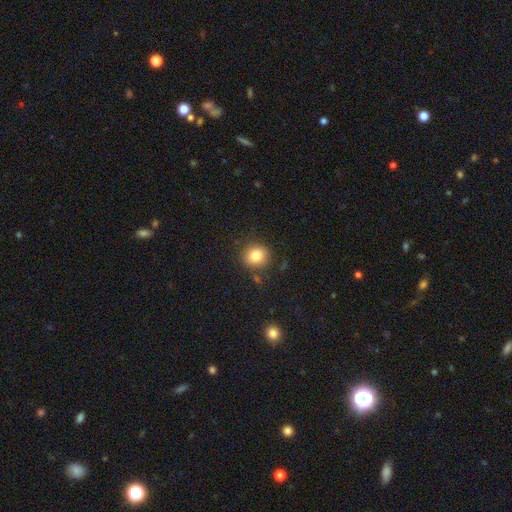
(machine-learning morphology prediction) smooth-or-featured: smooth: 81% | star or artifact: 11% | featured or disk: 8%
  how-rounded: round: 87% | in between: 13% | cigar-shaped: 1%
  merging: none: 86% | minor disturbance: 9% | major disturbance: 3% | merger: 3%